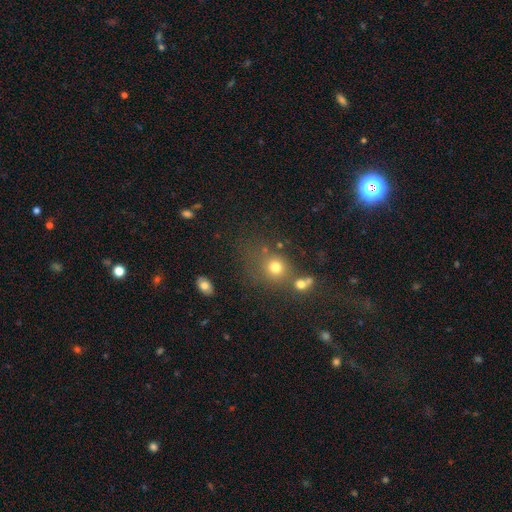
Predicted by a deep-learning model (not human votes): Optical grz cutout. It shows a smooth galaxy with no disk features (52%) that is round (79%). Merging: none (51%).